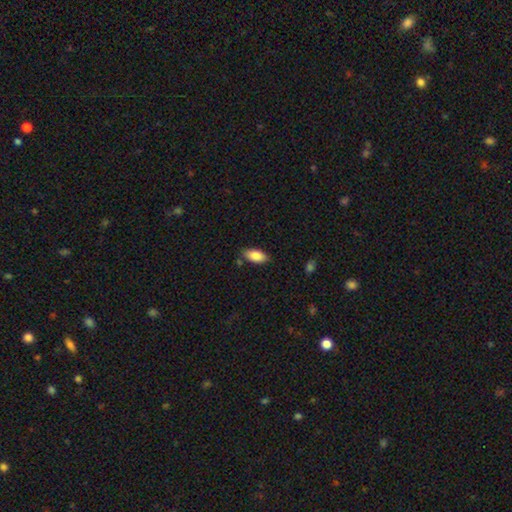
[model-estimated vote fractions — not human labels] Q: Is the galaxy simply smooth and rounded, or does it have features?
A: smooth — 85%.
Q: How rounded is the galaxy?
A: in between — 91%.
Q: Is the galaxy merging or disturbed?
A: none — 83%.